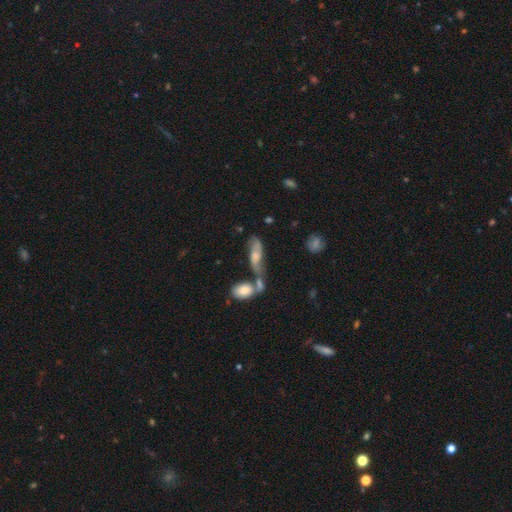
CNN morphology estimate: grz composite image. It shows a featured or disk galaxy (49%). Merging: merger (37%).